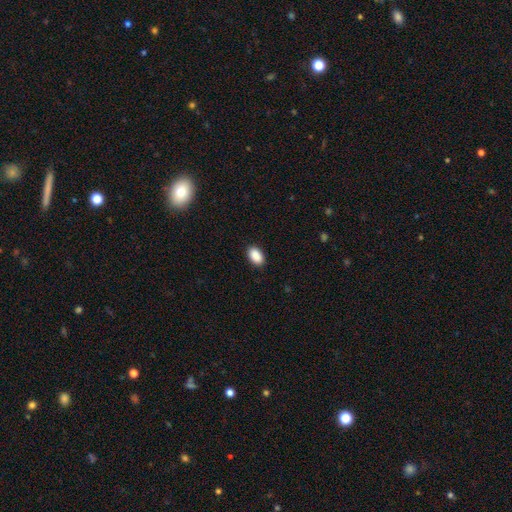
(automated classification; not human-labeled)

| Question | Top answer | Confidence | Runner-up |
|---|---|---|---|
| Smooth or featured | smooth | 91% | star or artifact (7%) |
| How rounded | in between | 93% | round (6%) |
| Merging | none | 89% | minor disturbance (8%) |